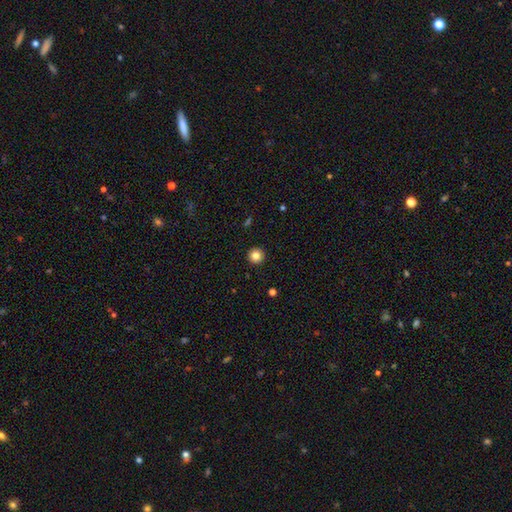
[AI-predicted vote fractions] Overall: smooth (83%). How rounded: round (96%). Merging: none (94%).